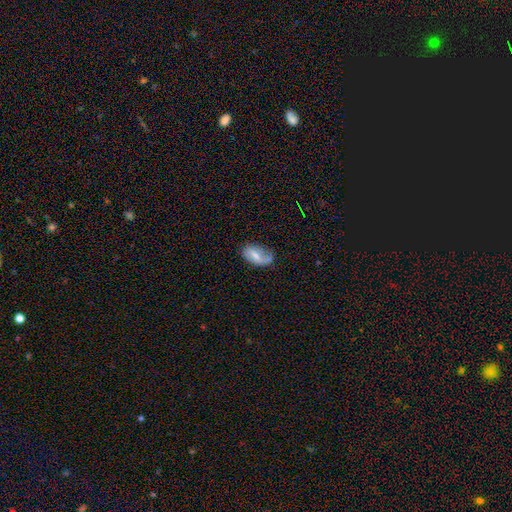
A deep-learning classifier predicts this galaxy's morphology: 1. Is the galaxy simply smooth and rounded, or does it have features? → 46% featured or disk (tied), 46% smooth (tied), 7% star or artifact.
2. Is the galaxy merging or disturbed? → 50% none, 32% minor disturbance, 16% major disturbance, 2% merger.